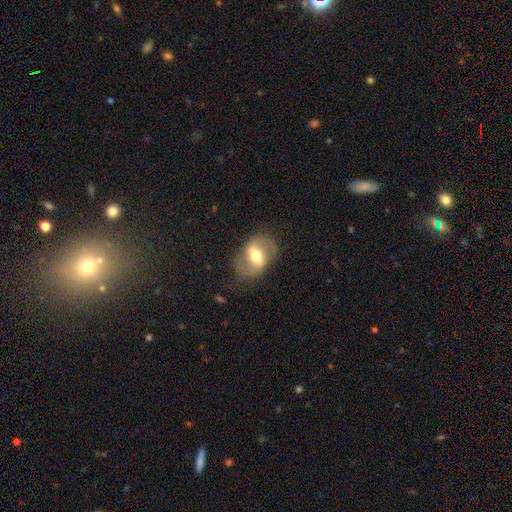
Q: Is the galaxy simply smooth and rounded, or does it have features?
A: featured or disk — 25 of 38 (66%).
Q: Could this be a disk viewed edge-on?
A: no — 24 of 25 (96%).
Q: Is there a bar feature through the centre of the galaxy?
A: strong — 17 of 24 (71%).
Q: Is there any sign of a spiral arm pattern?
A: yes — 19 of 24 (79%).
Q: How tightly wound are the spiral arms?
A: medium — 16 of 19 (84%).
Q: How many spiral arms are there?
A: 2 — 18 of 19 (95%).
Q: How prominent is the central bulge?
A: moderate — 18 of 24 (75%).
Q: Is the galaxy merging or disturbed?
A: none — 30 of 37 (81%).